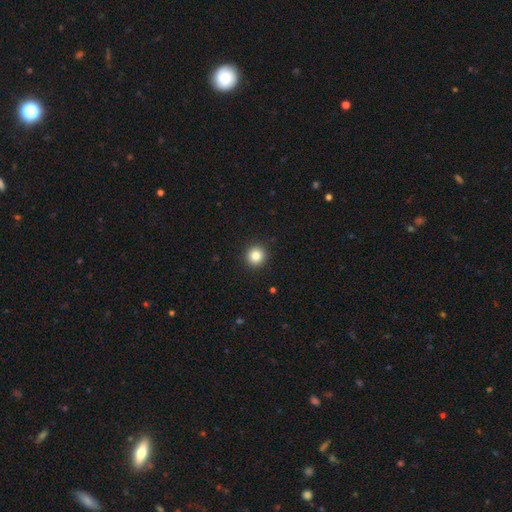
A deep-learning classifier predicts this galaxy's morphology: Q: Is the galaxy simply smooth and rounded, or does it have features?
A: smooth — 84%.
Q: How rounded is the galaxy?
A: round — 94%.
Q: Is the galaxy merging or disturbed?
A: none — 93%.